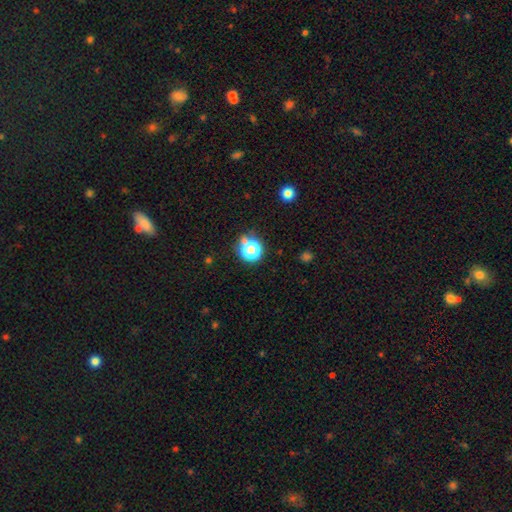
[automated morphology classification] Overall: smooth (67%). How rounded: round (87%). Merging: none (68%).